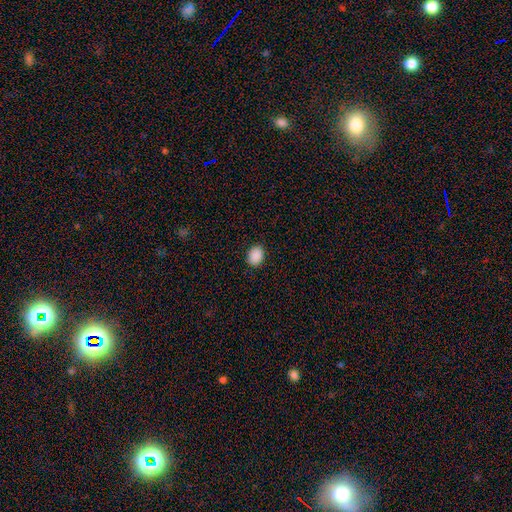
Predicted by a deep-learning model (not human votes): Smooth or featured: smooth — 90% (star or artifact — 8%)
How rounded: in between — 64% (round — 35%)
Merging: none — 90% (minor disturbance — 7%)